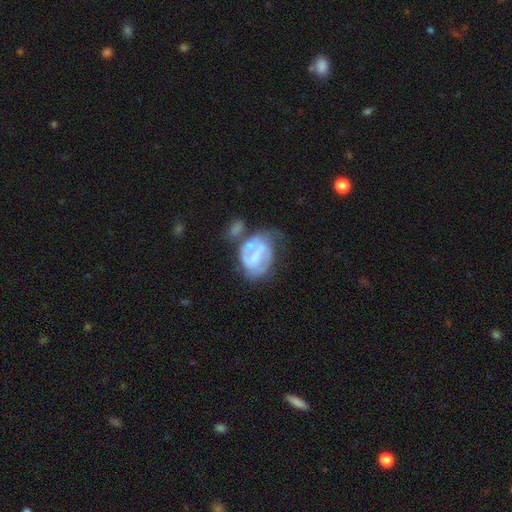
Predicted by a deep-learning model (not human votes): Smooth or featured?
  - featured or disk: 69% *
  - smooth: 24%
  - star or artifact: 7%
Edge-on disk?
  - no: 97% *
  - yes: 3%
Bar?
  - weak: 42% *
  - no: 30%
  - strong: 28%
Spiral arms?
  - yes: 66% *
  - no: 34%
Bulge size?
  - small: 39% *
  - none: 31%
  - moderate: 25%
  - large: 4%
  - dominant: 1%
Merging?
  - merger: 28% *
  - none: 27%
  - major disturbance: 24%
  - minor disturbance: 22%